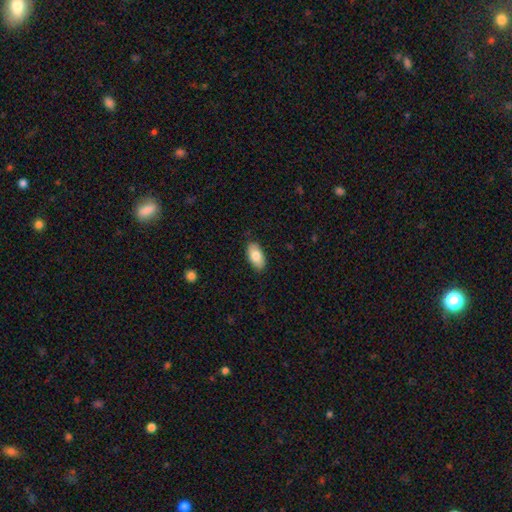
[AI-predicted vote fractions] A smooth galaxy with no disk features (80%) that is in between round and cigar-shaped (94%). Merging: none (87%).